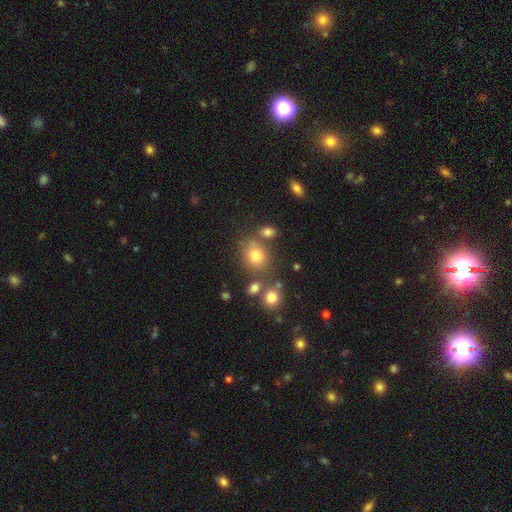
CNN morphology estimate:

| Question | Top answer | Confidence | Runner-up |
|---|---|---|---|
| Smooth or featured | smooth | 74% | star or artifact (15%) |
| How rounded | round | 61% | in between (38%) |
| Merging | none | 65% | merger (15%) |